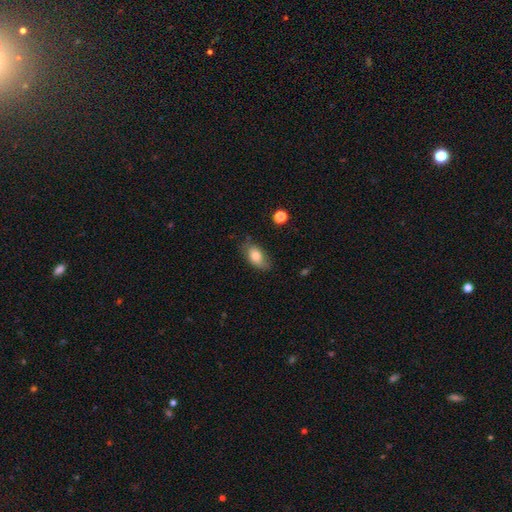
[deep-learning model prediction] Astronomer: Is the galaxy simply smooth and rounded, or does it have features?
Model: smooth — 78%.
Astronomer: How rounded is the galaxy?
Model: in between — 89%.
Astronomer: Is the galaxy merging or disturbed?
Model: none — 72%.